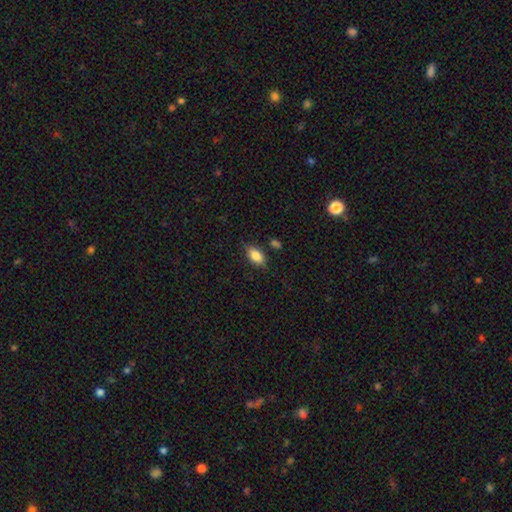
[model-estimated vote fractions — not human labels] Smooth or featured? smooth (81%)
How rounded? in between (88%)
Merging? none (78%)